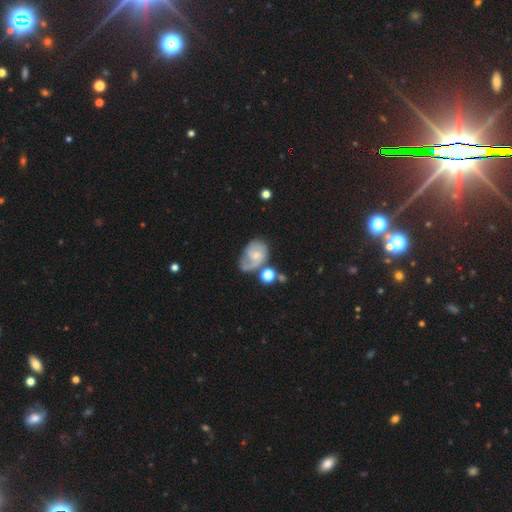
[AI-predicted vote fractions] A featured or disk galaxy (69%) with no bar (56%), 2 (58%) medium (46%) spiral arms (90%) and a small central bulge (58%). Merging: none (45%).